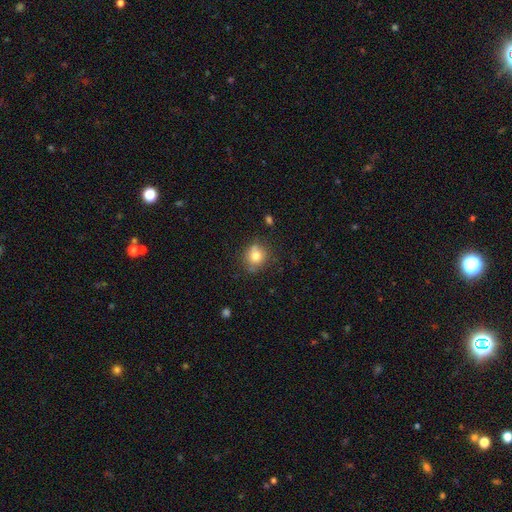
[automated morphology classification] Smooth or featured? Predicted: smooth (p=0.78). How rounded? Predicted: round (p=0.80). Merging? Predicted: none (p=0.73).